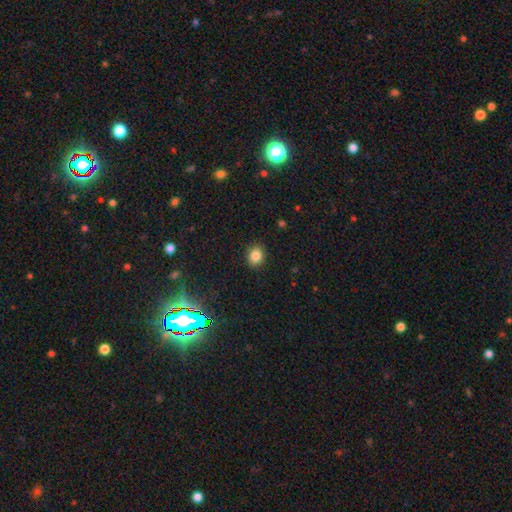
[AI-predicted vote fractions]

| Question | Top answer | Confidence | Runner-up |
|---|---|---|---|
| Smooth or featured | smooth | 83% | star or artifact (11%) |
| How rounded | round | 56% | in between (43%) |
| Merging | none | 90% | minor disturbance (7%) |